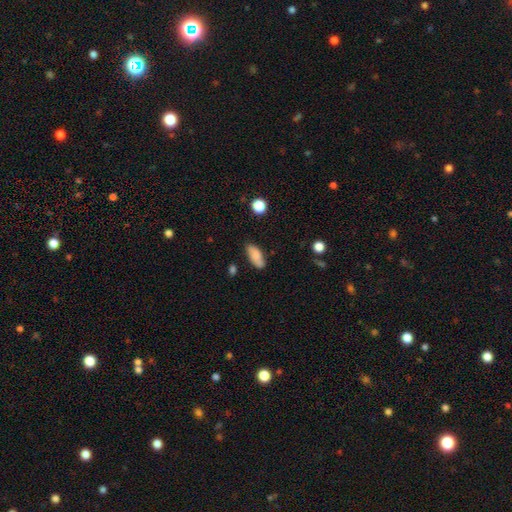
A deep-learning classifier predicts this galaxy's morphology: Overall: smooth (80%). How rounded: in between (83%). Merging: none (77%).